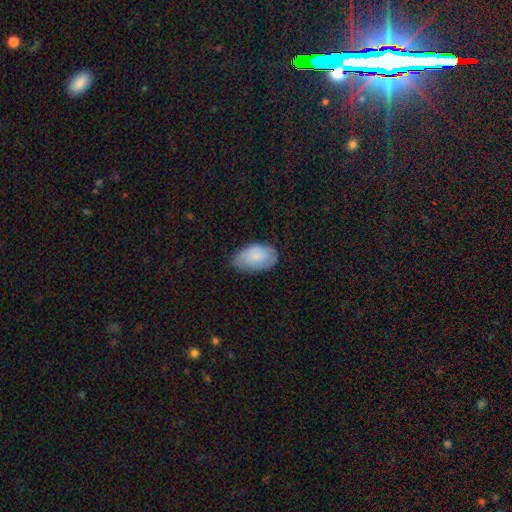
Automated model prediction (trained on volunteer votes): smooth_or_featured: smooth (p=0.68) [alt: featured or disk p=0.26]
how_rounded: in between (p=0.93) [alt: round p=0.06]
merging: none (p=0.66) [alt: minor disturbance p=0.27]